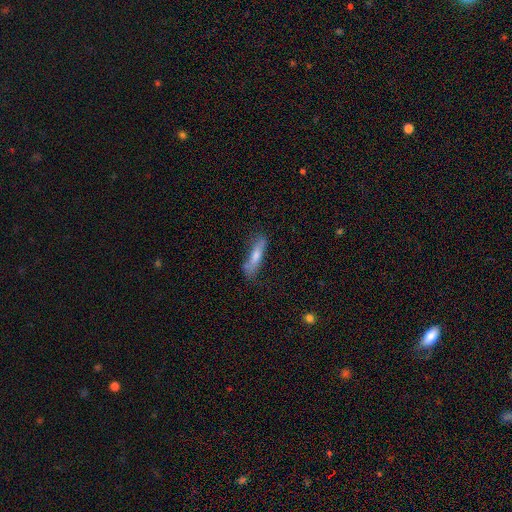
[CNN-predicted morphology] Smooth or featured? Predicted: smooth (p=0.60). How rounded? Predicted: cigar-shaped (p=0.79). Merging? Predicted: none (p=0.70).